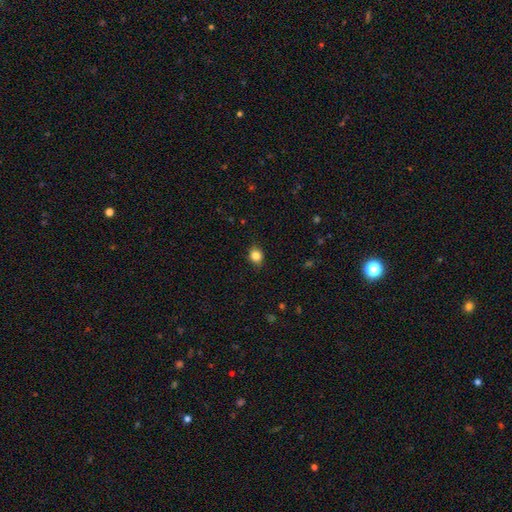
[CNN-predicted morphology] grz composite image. It shows a smooth galaxy with no disk features (84%) that is round (63%). Merging: none (85%).